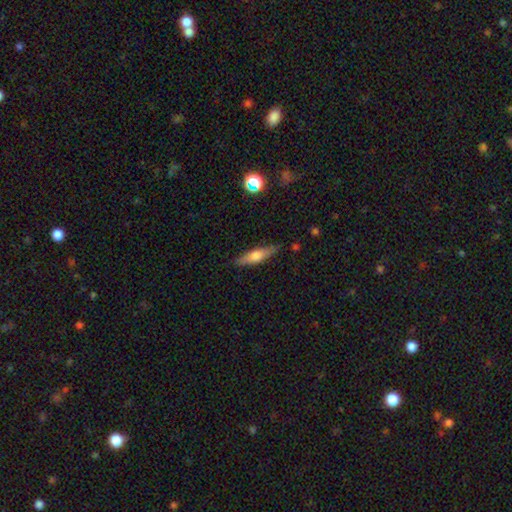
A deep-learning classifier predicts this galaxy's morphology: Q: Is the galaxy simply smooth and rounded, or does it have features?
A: smooth — 59%.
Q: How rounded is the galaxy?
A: cigar-shaped — 65%.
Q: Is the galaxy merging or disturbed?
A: none — 80%.